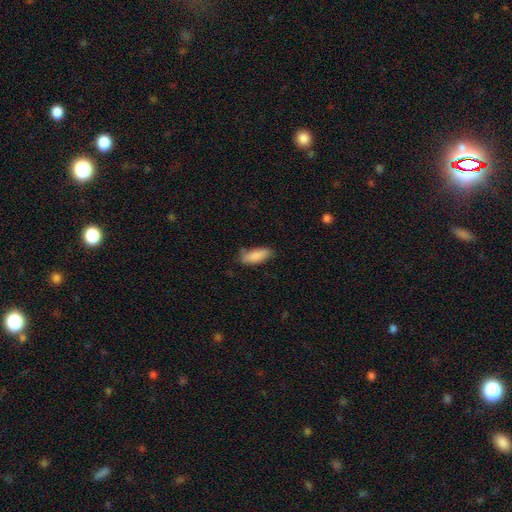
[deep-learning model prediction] smooth 87%, star or artifact 7%, featured or disk 6%. Down the decision tree: how rounded — in between (76%); merging — none (69%).